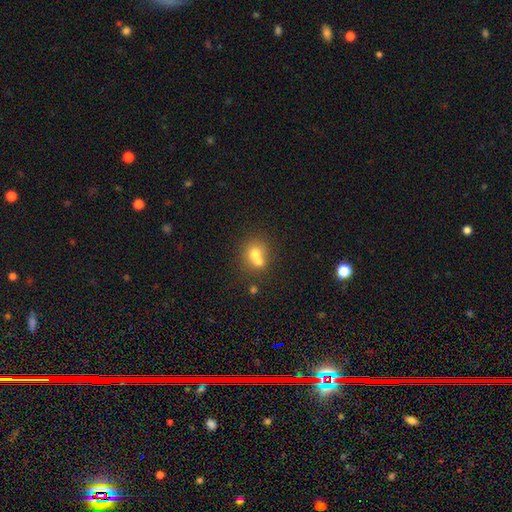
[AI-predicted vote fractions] smooth_or_featured: smooth (p=0.67) [alt: featured or disk p=0.21]
how_rounded: round (p=0.74) [alt: in between p=0.25]
merging: merger (p=0.59) [alt: none p=0.31]